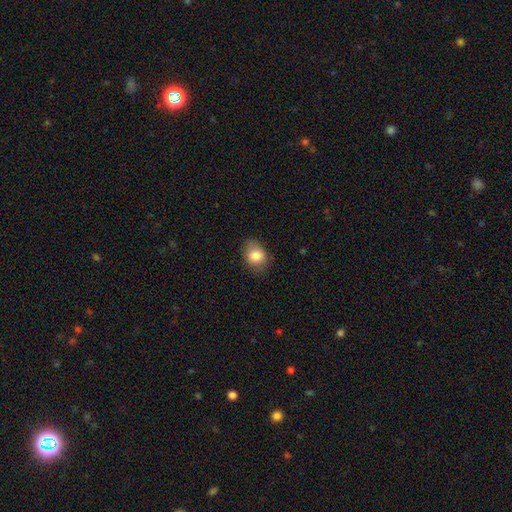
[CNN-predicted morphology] smooth 82%, featured or disk 9%, star or artifact 9%. Down the decision tree: how rounded — in between (56%); merging — none (76%).